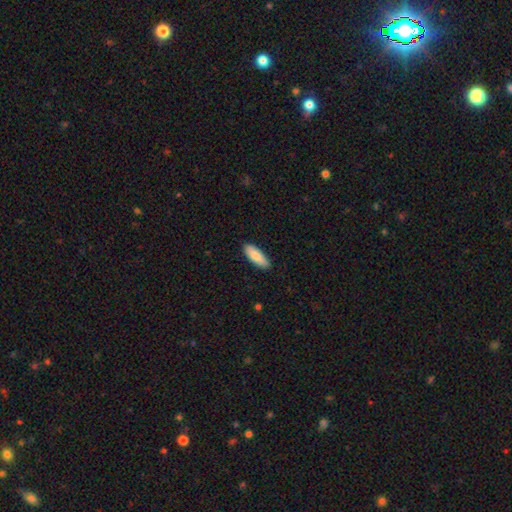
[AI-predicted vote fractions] Smooth or featured?
  - smooth: 88% *
  - featured or disk: 7%
  - star or artifact: 5%
How rounded?
  - in between: 58% *
  - cigar-shaped: 40%
  - round: 2%
Merging?
  - none: 89% *
  - minor disturbance: 8%
  - major disturbance: 2%
  - merger: 1%